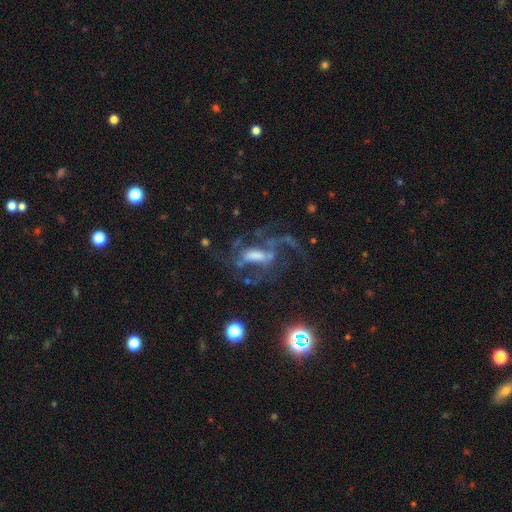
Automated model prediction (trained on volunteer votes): Smooth or featured: featured or disk — 78% (star or artifact — 13%)
Edge-on disk: no — 94% (yes — 6%)
Bar: weak — 41% (no — 35%)
Spiral arms: yes — 86% (no — 14%)
Spiral winding: medium — 44% (loose — 39%)
Spiral arm count: can't tell — 28% (3 — 22%)
Bulge size: moderate — 41% (small — 22%)
Merging: none — 44% (major disturbance — 36%)